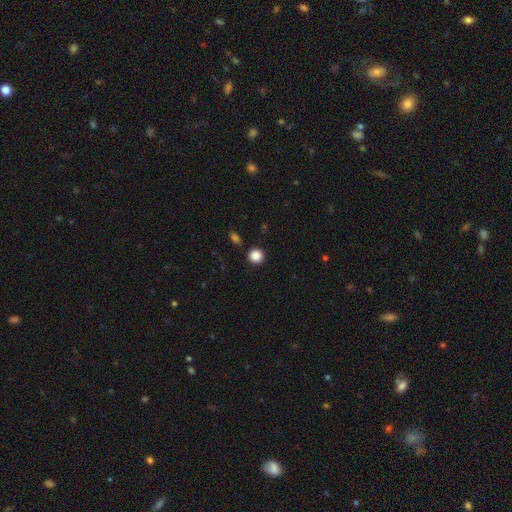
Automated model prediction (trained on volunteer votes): Q: Smooth or featured?
A: smooth (87%); runner-up: star or artifact (10%)
Q: How rounded?
A: round (94%); runner-up: in between (5%)
Q: Merging?
A: none (91%); runner-up: minor disturbance (5%)